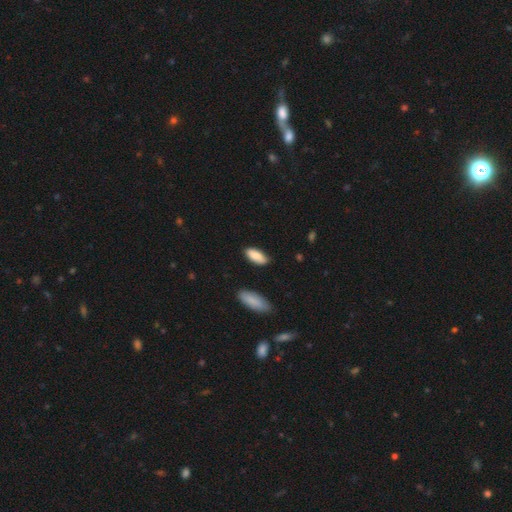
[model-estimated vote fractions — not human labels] This appears to be a smooth galaxy with no disk features (86%) that is in between round and cigar-shaped (84%). Merging: none (84%).